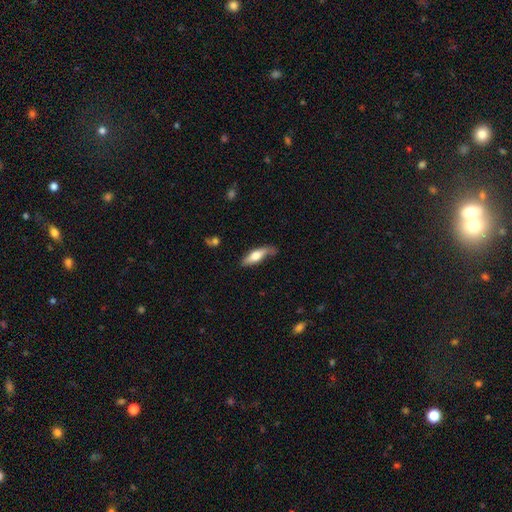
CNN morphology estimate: smooth-or-featured: smooth: 59% | featured or disk: 36% | star or artifact: 6%
  how-rounded: cigar-shaped: 53% | in between: 45% | round: 2%
  merging: none: 58% | minor disturbance: 30% | major disturbance: 9% | merger: 3%